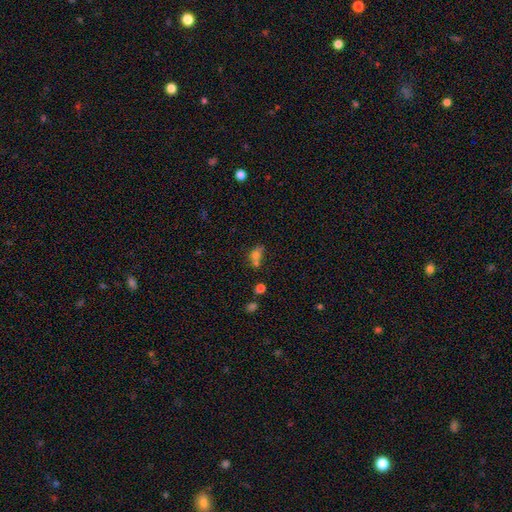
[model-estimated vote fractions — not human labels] The model was most divided on "how rounded": in between: 56%, round: 42%, cigar-shaped: 3%. Remaining: smooth or featured — smooth (70%); merging — merger (48%).